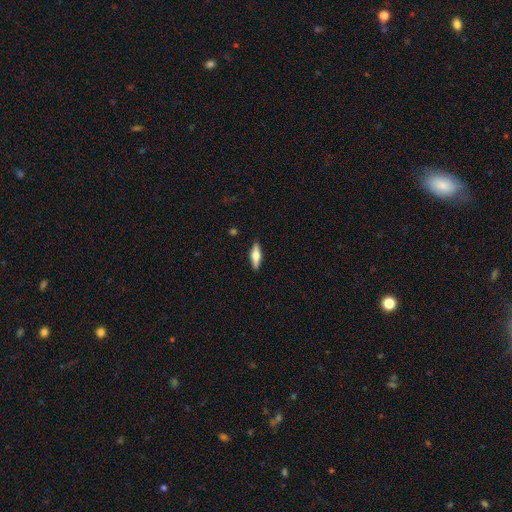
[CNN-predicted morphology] Smooth or featured? featured or disk (48%)
Merging? none (90%)